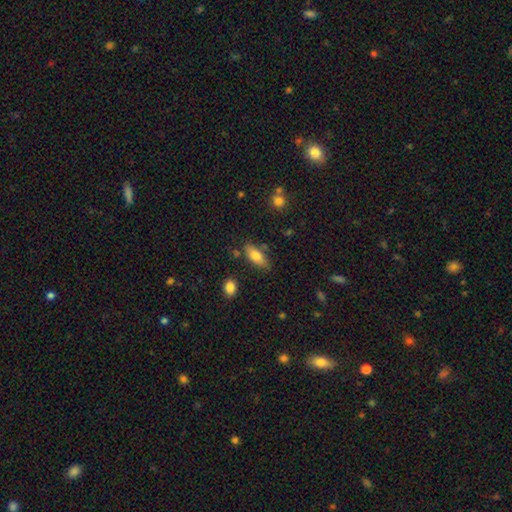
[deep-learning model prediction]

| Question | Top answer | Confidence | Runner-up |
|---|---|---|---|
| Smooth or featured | smooth | 79% | featured or disk (14%) |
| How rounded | in between | 80% | cigar-shaped (18%) |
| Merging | none | 76% | minor disturbance (15%) |